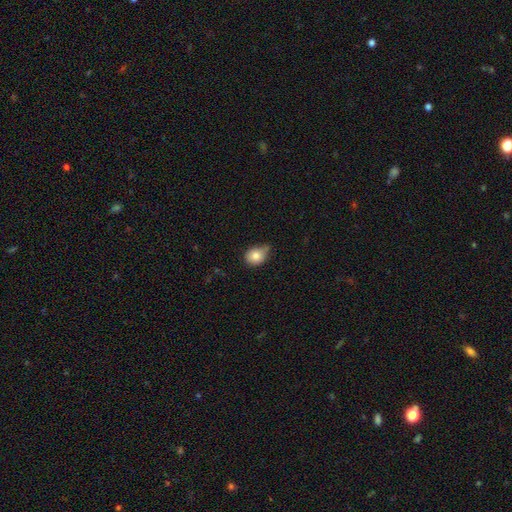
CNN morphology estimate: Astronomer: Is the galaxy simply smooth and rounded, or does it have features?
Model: smooth — 82%.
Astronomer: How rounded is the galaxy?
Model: round — 61% (runner-up: in between, 38%).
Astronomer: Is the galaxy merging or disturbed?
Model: none — 45% (runner-up: minor disturbance, 42%).